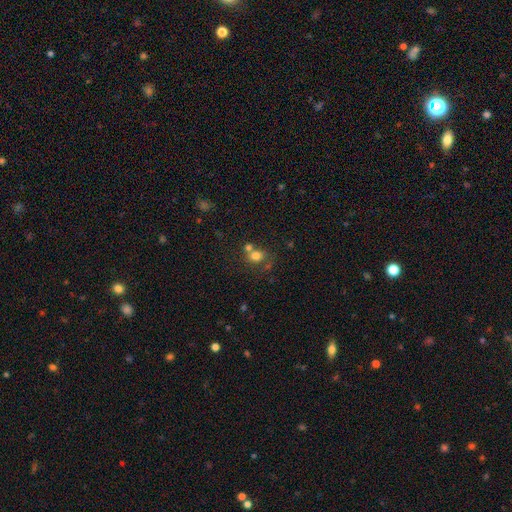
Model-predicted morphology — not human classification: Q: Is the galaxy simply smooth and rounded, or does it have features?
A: smooth — 74%.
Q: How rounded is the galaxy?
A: round — 66%.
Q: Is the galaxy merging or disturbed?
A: none — 42%.